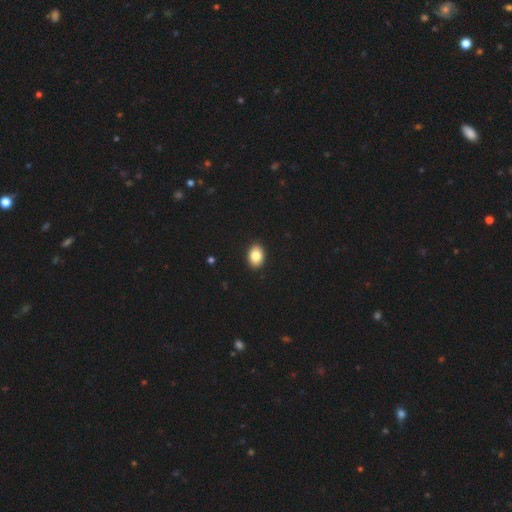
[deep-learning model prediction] A smooth galaxy with no disk features (85%) that is in between round and cigar-shaped (73%).

Vote fractions:
- Smooth or featured? smooth: 85% / star or artifact: 8% / featured or disk: 6%
- How rounded? in between: 73% / round: 26% / cigar-shaped: 1%
- Merging? none: 92% / minor disturbance: 6% / major disturbance: 1% / merger: 1%